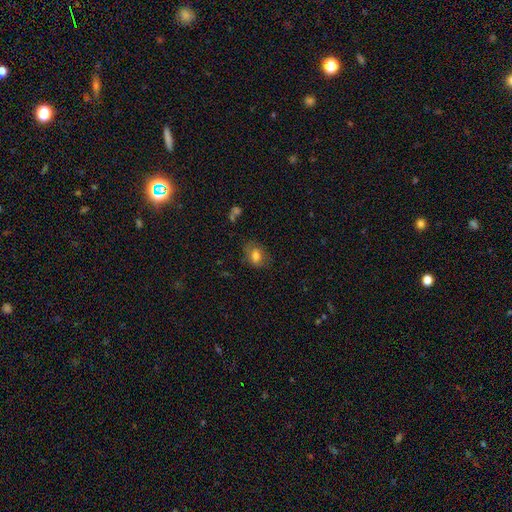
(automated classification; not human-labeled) This is likely a smooth galaxy (75%). How rounded: likely in between (67%). Merging: likely none (68%).